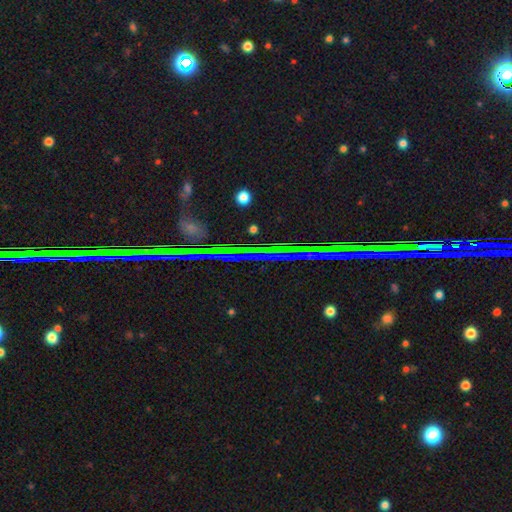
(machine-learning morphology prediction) Smooth or featured?
  - star or artifact: 86% *
  - featured or disk: 8%
  - smooth: 7%